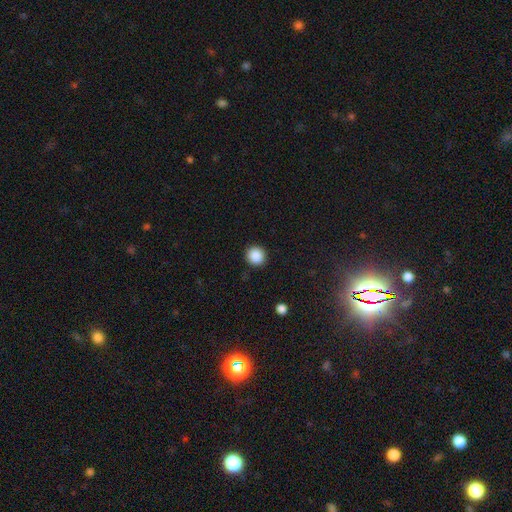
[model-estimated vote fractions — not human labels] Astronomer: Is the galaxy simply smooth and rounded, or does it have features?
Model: smooth — 88%.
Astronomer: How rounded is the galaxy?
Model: round — 93%.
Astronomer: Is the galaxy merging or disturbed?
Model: none — 91%.